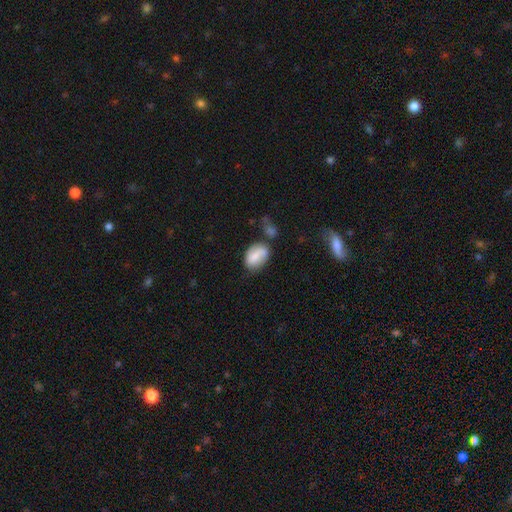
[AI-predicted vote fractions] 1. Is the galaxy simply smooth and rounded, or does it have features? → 69% smooth, 23% featured or disk, 8% star or artifact.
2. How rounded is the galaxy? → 83% in between, 16% round, 1% cigar-shaped.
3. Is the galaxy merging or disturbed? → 49% none, 27% minor disturbance, 14% merger, 10% major disturbance.